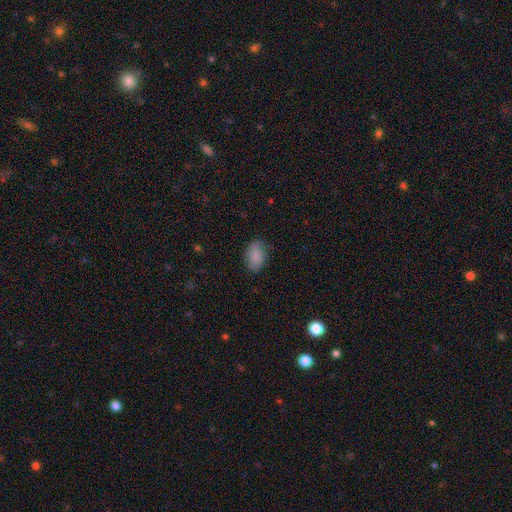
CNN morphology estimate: smooth 86%, star or artifact 7%, featured or disk 7%. Down the decision tree: how rounded — in between (89%); merging — none (80%).